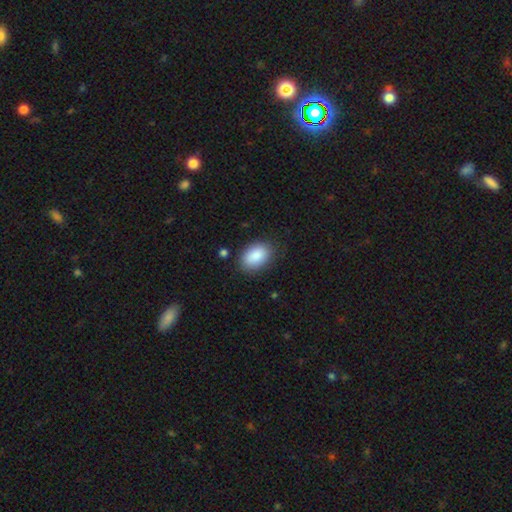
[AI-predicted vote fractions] Smooth or featured? Predicted: smooth (p=0.88). How rounded? Predicted: in between (p=0.88). Merging? Predicted: none (p=0.82).